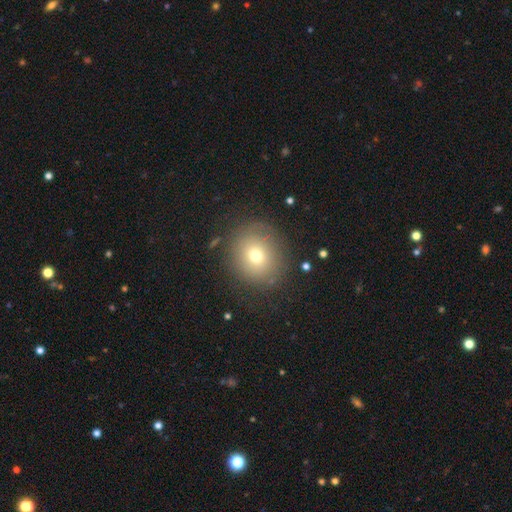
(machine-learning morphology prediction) smooth_or_featured: smooth (p=0.69) [alt: star or artifact p=0.16]
how_rounded: round (p=0.84) [alt: in between p=0.15]
merging: none (p=0.82) [alt: minor disturbance p=0.11]